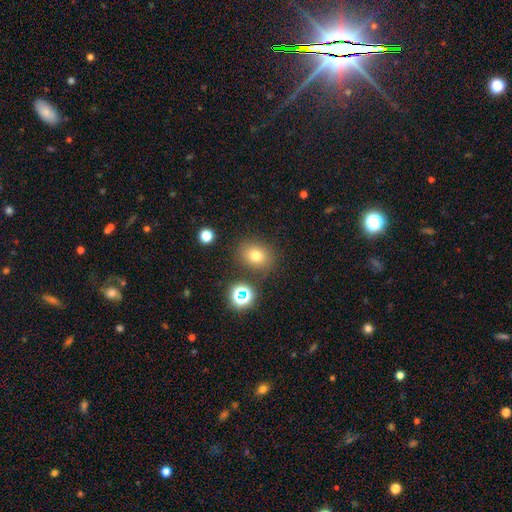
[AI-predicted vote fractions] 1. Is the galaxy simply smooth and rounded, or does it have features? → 73% smooth, 17% star or artifact, 9% featured or disk.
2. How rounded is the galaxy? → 53% round, 46% in between, 1% cigar-shaped.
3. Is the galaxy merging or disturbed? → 80% none, 11% minor disturbance, 5% merger, 4% major disturbance.